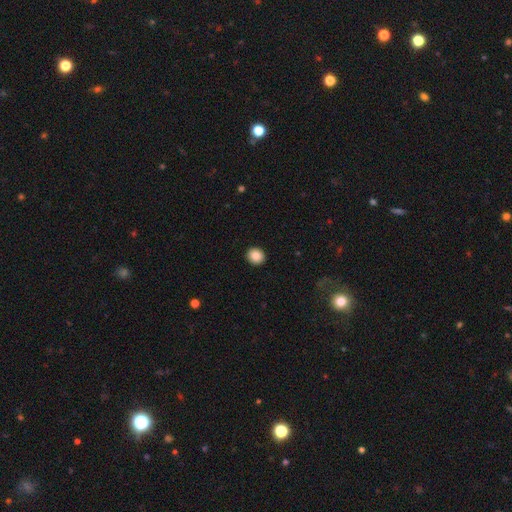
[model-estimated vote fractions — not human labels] Overall: smooth (88%). How rounded: round (83%). Merging: none (92%).